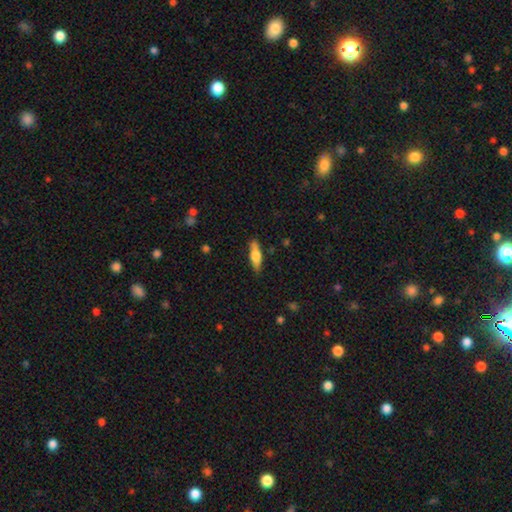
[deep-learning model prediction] A smooth galaxy with no disk features (57%) that is cigar-shaped (58%). Merging: none (83%).